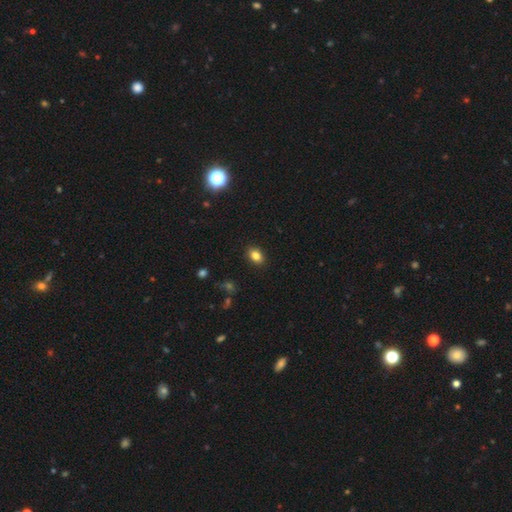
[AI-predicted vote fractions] smooth_or_featured: smooth (p=0.83) [alt: star or artifact p=0.11]
how_rounded: in between (p=0.75) [alt: round p=0.24]
merging: none (p=0.89) [alt: minor disturbance p=0.08]